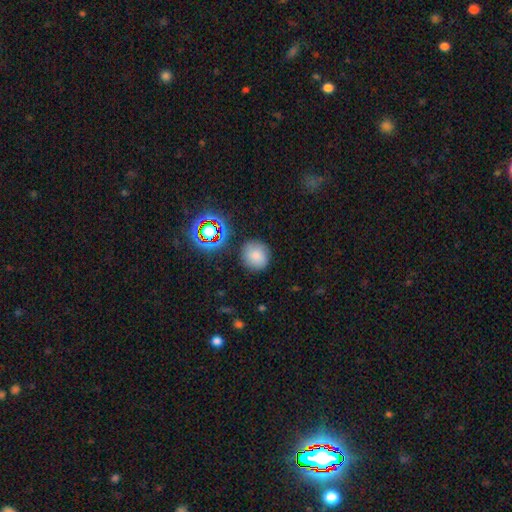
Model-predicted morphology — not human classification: Smooth or featured? smooth (76%)
How rounded? round (88%)
Merging? none (84%)